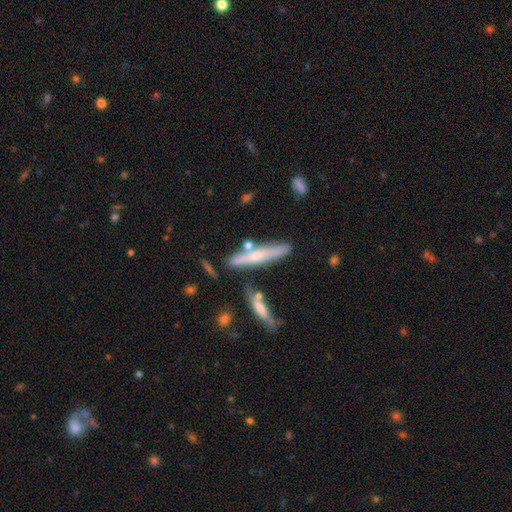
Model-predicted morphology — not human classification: featured or disk 48%, smooth 45%, star or artifact 7%. Down the decision tree: merging — none (72%).